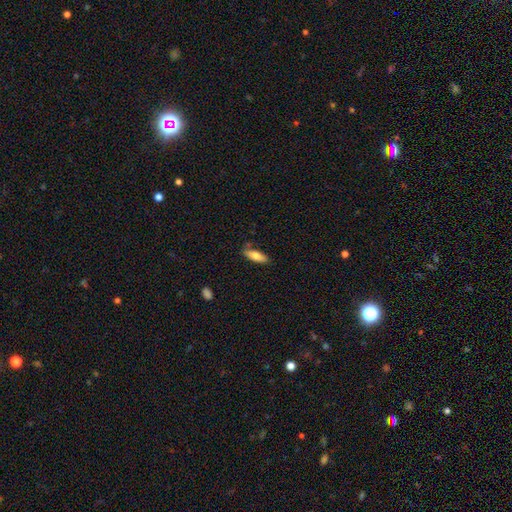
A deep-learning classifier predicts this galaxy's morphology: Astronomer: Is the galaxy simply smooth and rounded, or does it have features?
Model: smooth — 74%.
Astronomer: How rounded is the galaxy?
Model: in between — 56% (runner-up: cigar-shaped, 42%).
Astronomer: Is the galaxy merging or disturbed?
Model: none — 81%.